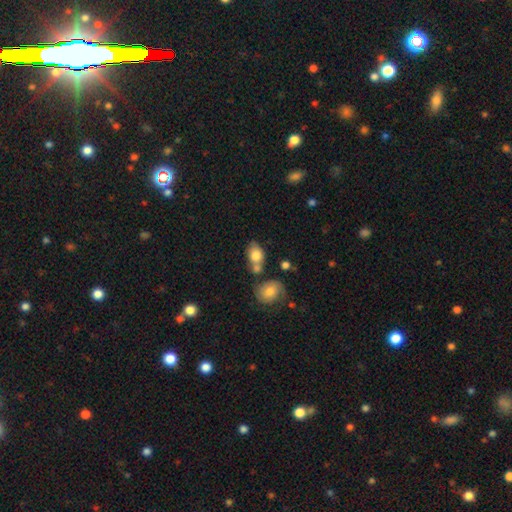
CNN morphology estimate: A smooth galaxy with no disk features (78%) that is in between round and cigar-shaped (73%). Merging: none (43%).